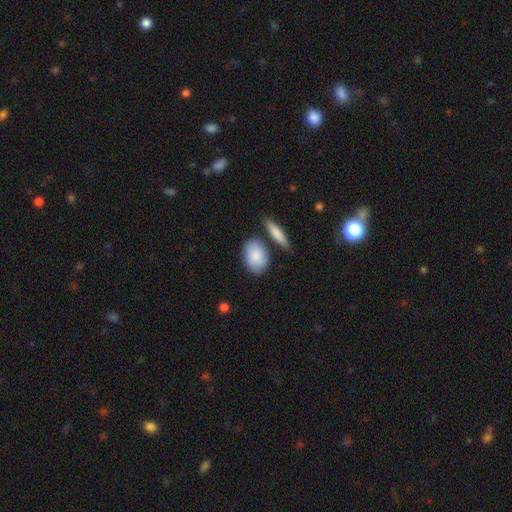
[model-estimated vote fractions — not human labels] Smooth or featured? Predicted: smooth (p=0.87). How rounded? Predicted: in between (p=0.82). Merging? Predicted: none (p=0.70).